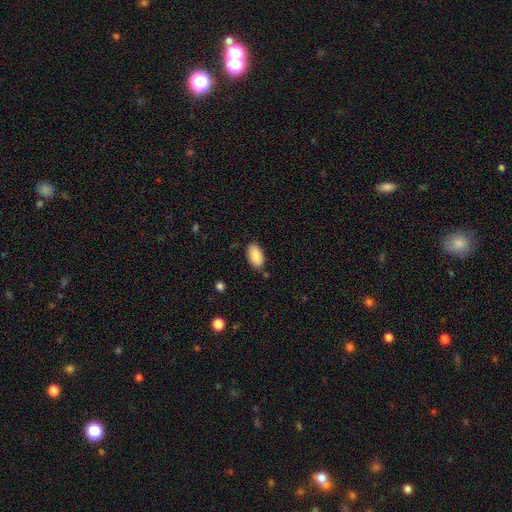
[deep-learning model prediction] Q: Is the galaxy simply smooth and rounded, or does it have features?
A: smooth — 86%.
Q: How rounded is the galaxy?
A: in between — 95%.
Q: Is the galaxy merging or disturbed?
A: none — 83%.